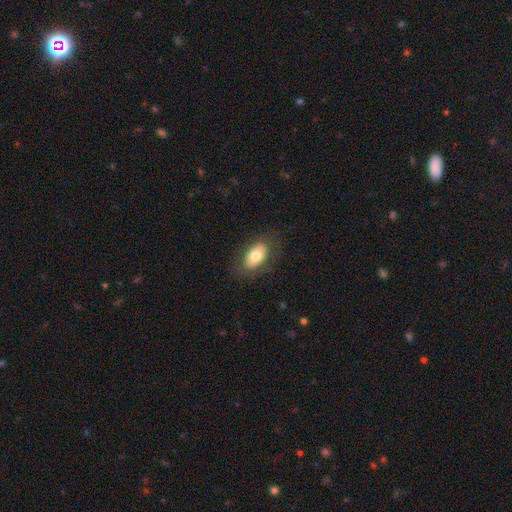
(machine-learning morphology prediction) Smooth or featured?
  - smooth: 72% *
  - featured or disk: 21%
  - star or artifact: 7%
How rounded?
  - in between: 92% *
  - round: 6%
  - cigar-shaped: 2%
Merging?
  - none: 82% *
  - minor disturbance: 13%
  - major disturbance: 5%
  - merger: 1%